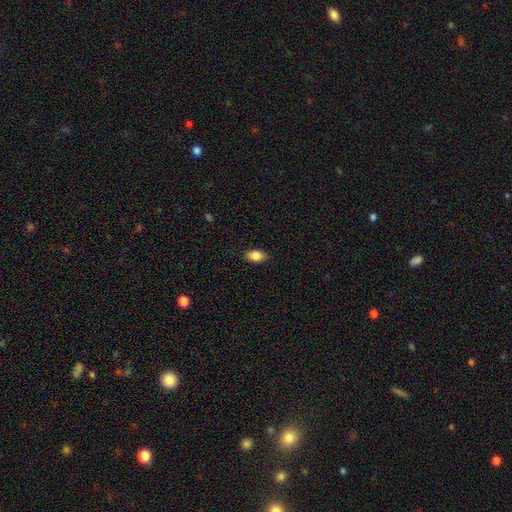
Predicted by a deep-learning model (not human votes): smooth-or-featured: smooth: 85% | star or artifact: 8% | featured or disk: 7%
  how-rounded: in between: 89% | round: 8% | cigar-shaped: 3%
  merging: none: 86% | minor disturbance: 10% | major disturbance: 2% | merger: 1%